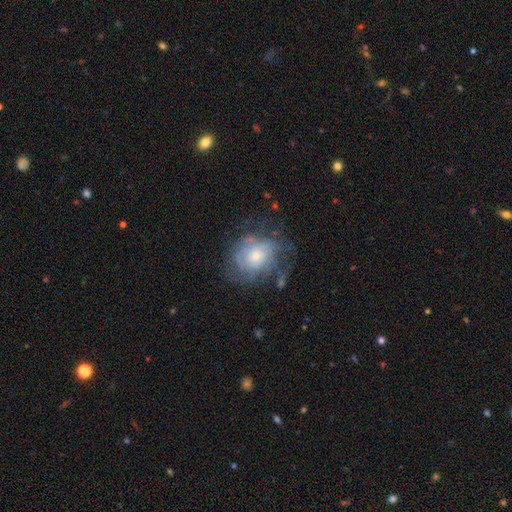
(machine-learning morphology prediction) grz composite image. It shows a featured or disk galaxy (68%) with no bar (79%), tight (61%) spiral arms (80%) and a moderate central bulge (45%). Merging: none (61%).